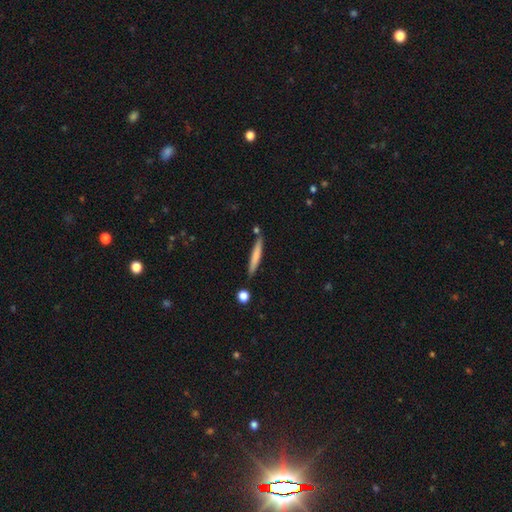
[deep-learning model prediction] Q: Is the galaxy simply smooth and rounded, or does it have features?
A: smooth — 69%.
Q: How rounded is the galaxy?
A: cigar-shaped — 95%.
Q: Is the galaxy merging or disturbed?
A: none — 81%.